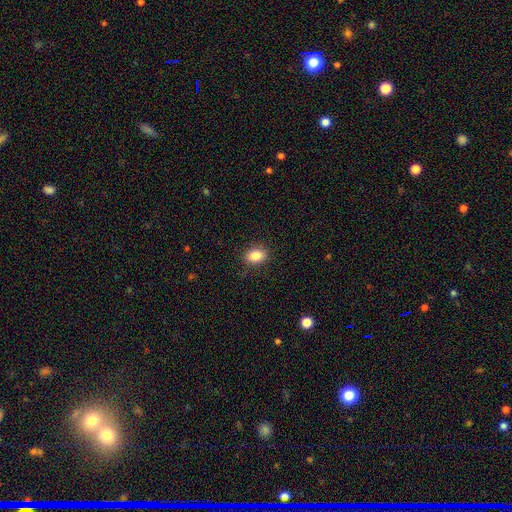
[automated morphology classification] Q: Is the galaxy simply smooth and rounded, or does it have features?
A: smooth — 84%.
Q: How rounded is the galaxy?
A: in between — 67%.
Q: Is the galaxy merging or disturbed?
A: none — 86%.